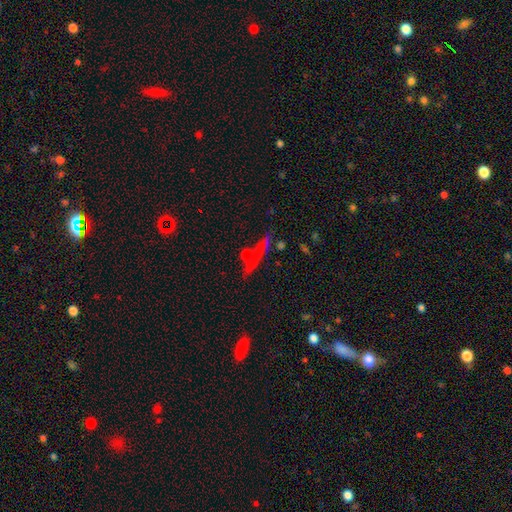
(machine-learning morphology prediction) Smooth or featured? featured or disk (39%)
Merging? none (73%)